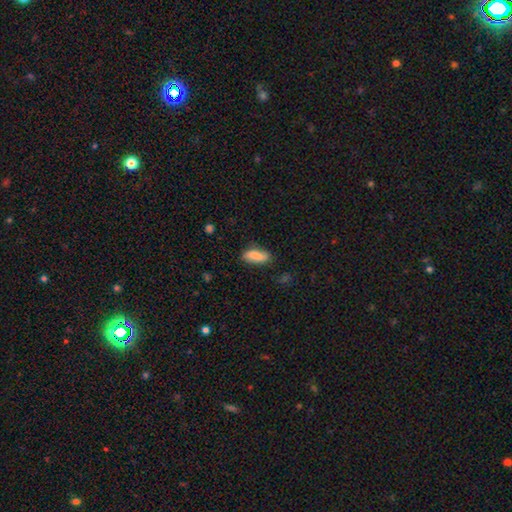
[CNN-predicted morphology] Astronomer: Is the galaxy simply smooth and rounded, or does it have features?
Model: smooth — 82%.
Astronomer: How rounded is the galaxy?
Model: in between — 76%.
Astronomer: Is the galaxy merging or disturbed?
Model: none — 76%.